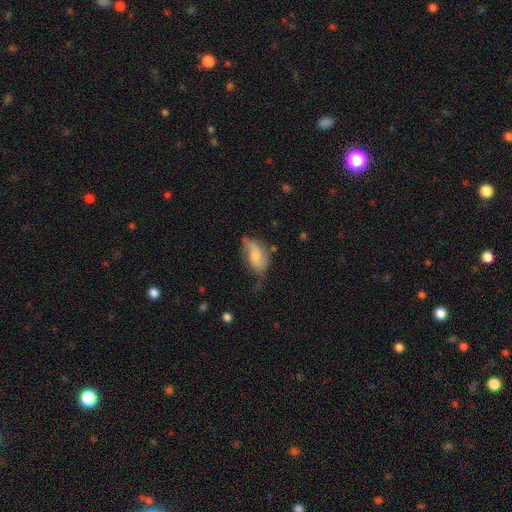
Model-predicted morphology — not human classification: Smooth or featured? Predicted: smooth (p=0.49). Merging? Predicted: none (p=0.37).